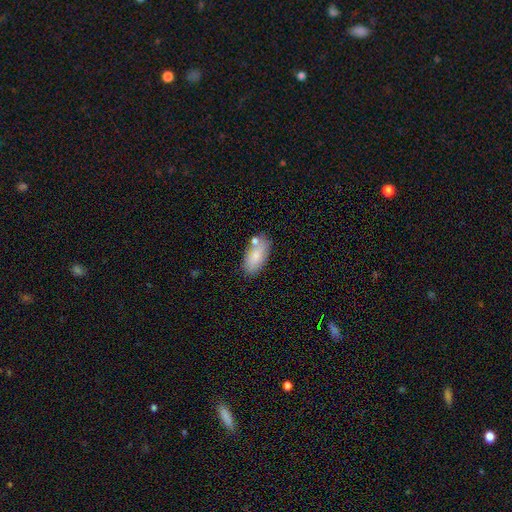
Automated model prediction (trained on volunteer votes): Smooth or featured? Predicted: smooth (p=0.79). How rounded? Predicted: in between (p=0.92). Merging? Predicted: none (p=0.67).